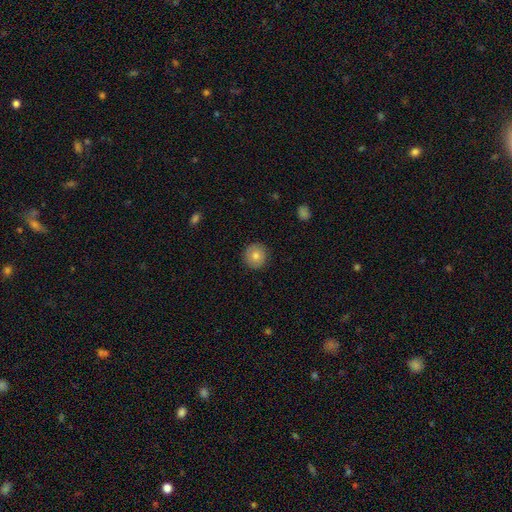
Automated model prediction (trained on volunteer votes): A smooth galaxy with no disk features (77%) that is round (94%). Merging: none (90%).